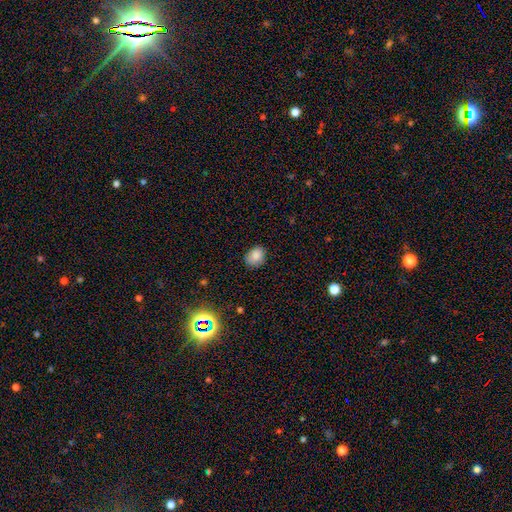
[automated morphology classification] Smooth or featured?
  - smooth: 84% *
  - star or artifact: 11%
  - featured or disk: 5%
How rounded?
  - in between: 51% *
  - round: 48%
  - cigar-shaped: 1%
Merging?
  - none: 76% *
  - minor disturbance: 19%
  - major disturbance: 4%
  - merger: 1%